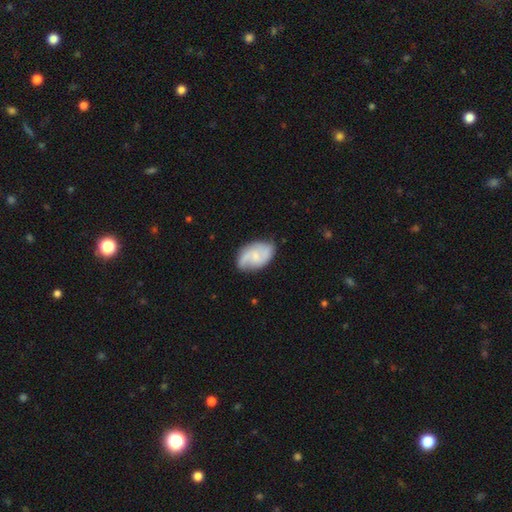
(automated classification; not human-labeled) This is likely a featured or disk galaxy (64%). It is clearly not viewed edge-on (96%). Bar: possibly no (52%). Spiral arm pattern: clearly yes (91%). Spiral arm count: likely 2 (75%). Spiral winding: marginally medium (43%). Central bulge: possibly small (59%). Merging: likely none (70%).